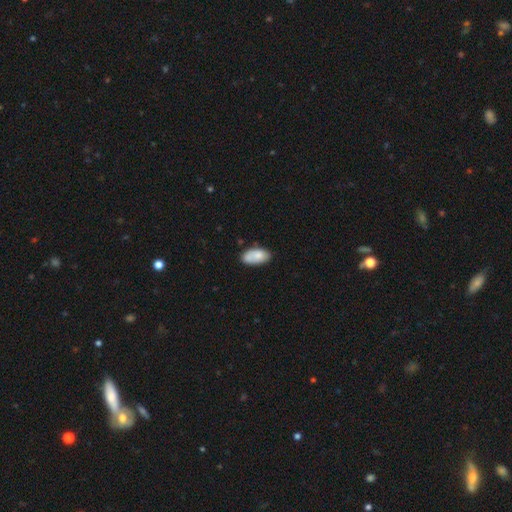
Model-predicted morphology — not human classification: A smooth galaxy with no disk features (78%) that is in between round and cigar-shaped (93%).

Vote fractions:
- Smooth or featured? smooth: 78% / featured or disk: 15% / star or artifact: 7%
- How rounded? in between: 93% / cigar-shaped: 4% / round: 3%
- Merging? none: 66% / minor disturbance: 21% / merger: 9% / major disturbance: 4%